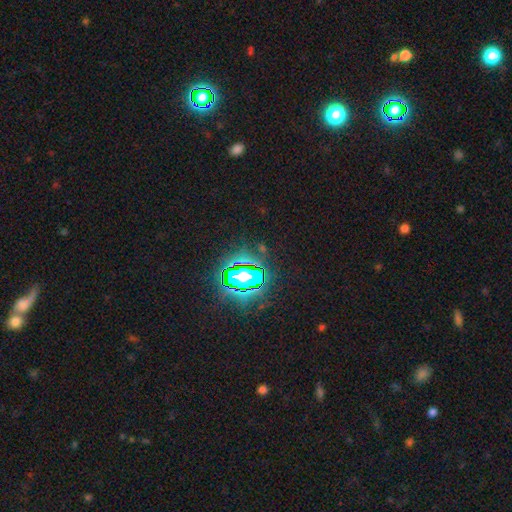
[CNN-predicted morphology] This appears to be a star or artifact, not a galaxy (83%).